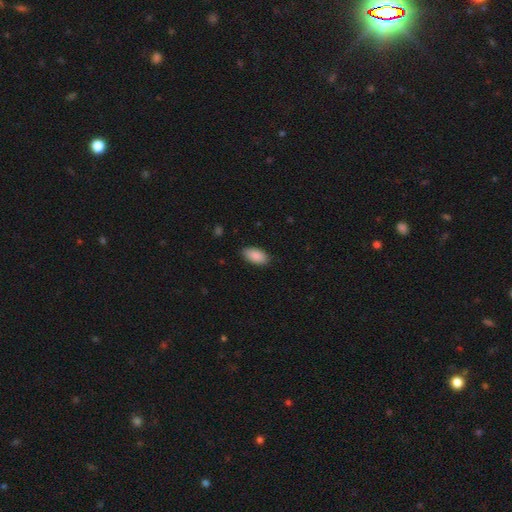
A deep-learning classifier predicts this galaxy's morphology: smooth-or-featured: smooth: 90% | star or artifact: 6% | featured or disk: 4%
  how-rounded: in between: 94% | cigar-shaped: 4% | round: 2%
  merging: none: 87% | minor disturbance: 10% | major disturbance: 2% | merger: 1%